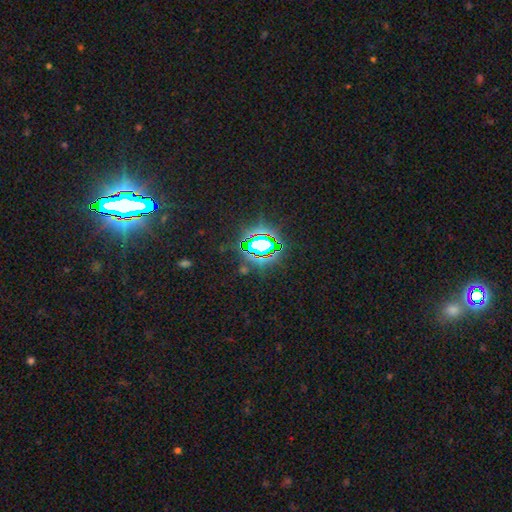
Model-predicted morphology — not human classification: A star or artifact, not a galaxy (83%).

Vote fractions:
- Smooth or featured? star or artifact: 83% / smooth: 10% / featured or disk: 7%